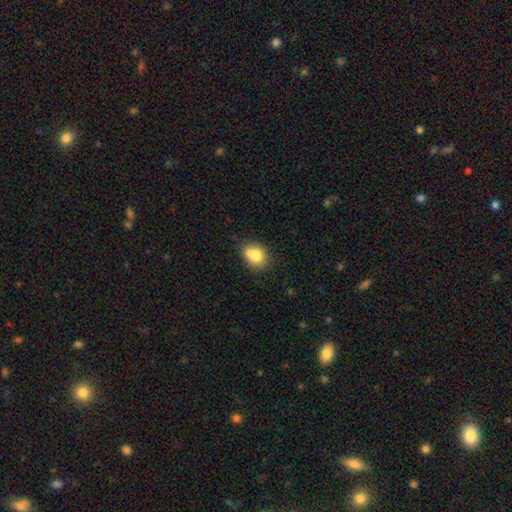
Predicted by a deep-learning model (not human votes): Morphology: type=smooth (77%); roundness=in between (50%); merging=none (53%).